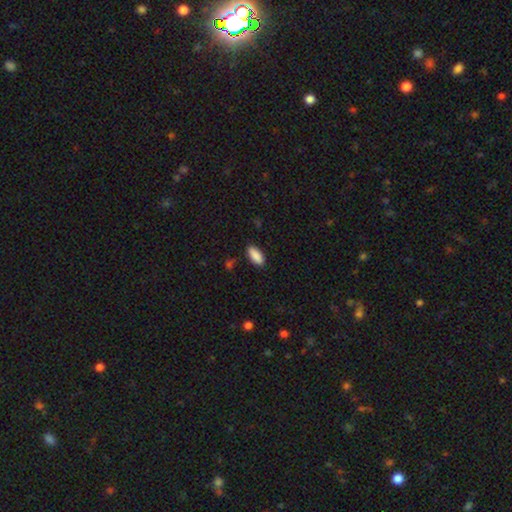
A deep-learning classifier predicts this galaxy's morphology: This appears to be a smooth galaxy with no disk features (89%) that is in between round and cigar-shaped (85%). Merging: none (85%).